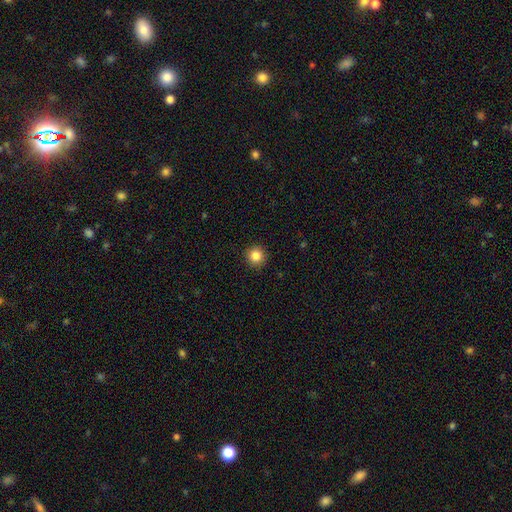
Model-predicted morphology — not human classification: Smooth or featured? smooth (85%)
How rounded? round (95%)
Merging? none (92%)